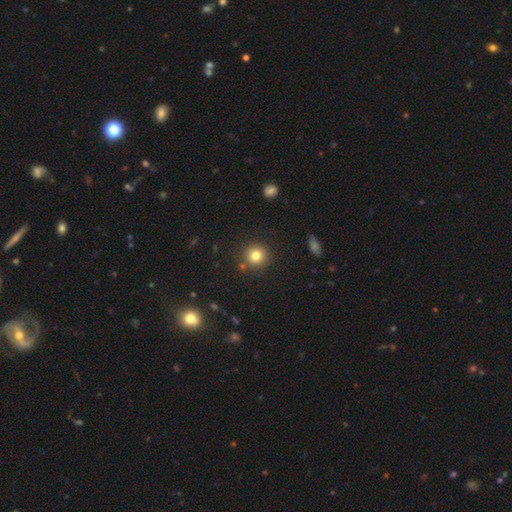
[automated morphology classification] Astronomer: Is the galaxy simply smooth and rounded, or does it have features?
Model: smooth — 80%.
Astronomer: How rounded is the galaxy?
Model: round — 92%.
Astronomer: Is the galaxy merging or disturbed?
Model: none — 87%.